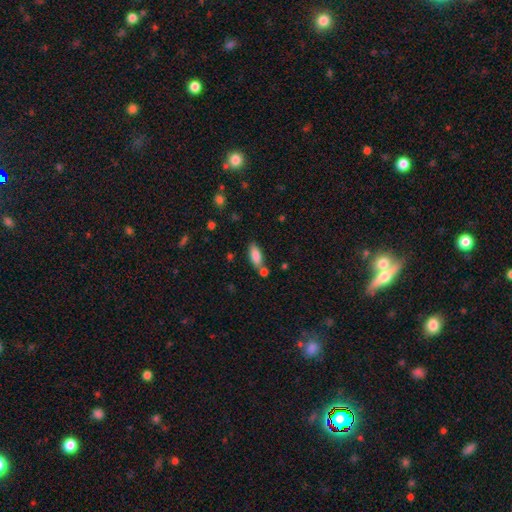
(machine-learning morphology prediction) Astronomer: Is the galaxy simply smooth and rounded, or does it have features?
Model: smooth — 83%.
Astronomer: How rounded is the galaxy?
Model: in between — 74%.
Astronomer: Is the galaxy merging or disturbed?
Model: none — 65%.